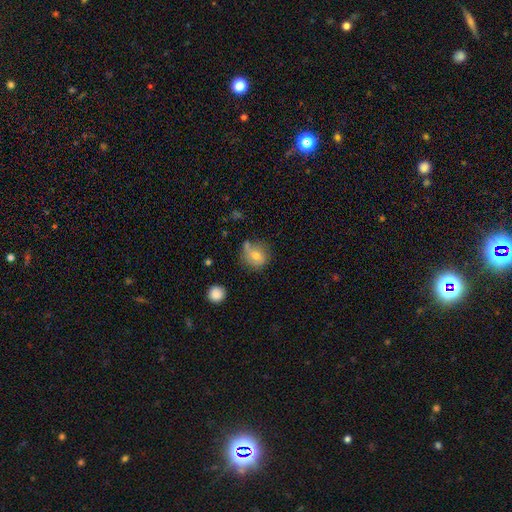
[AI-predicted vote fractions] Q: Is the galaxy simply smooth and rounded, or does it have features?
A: smooth — 67%.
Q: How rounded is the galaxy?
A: round — 76%.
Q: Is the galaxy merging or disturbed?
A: none — 58%.